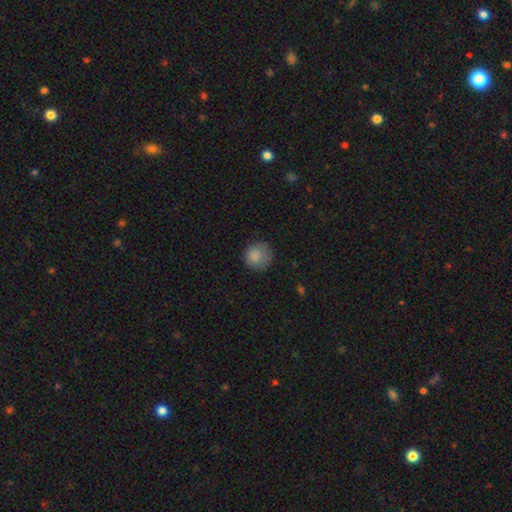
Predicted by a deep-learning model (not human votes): Smooth or featured? smooth (85%)
How rounded? round (89%)
Merging? none (75%)